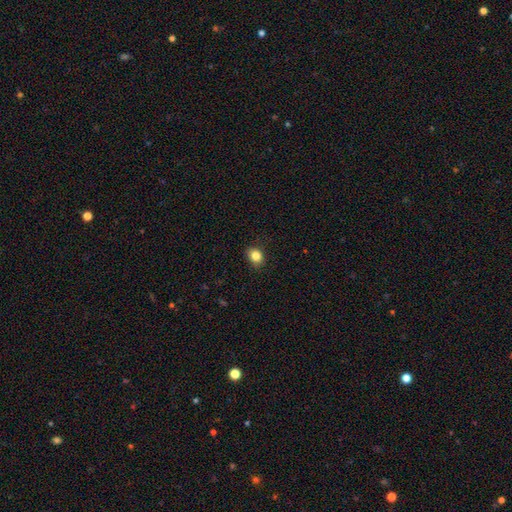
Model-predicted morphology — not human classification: smooth_or_featured: smooth (p=0.84) [alt: star or artifact p=0.11]
how_rounded: round (p=0.55) [alt: in between p=0.44]
merging: none (p=0.86) [alt: minor disturbance p=0.10]